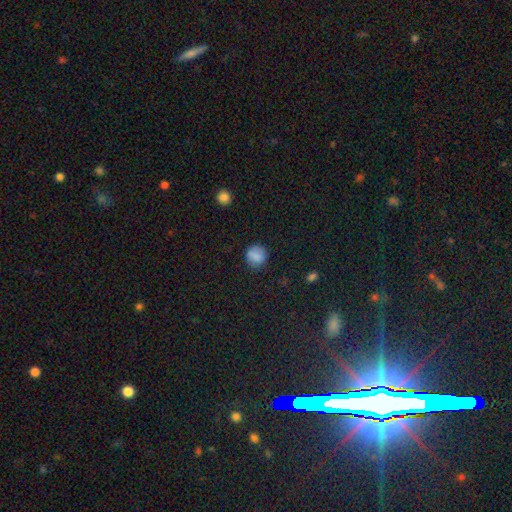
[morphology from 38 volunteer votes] Q: Smooth or featured?
A: smooth (89%); runner-up: featured or disk (11%)
Q: How rounded?
A: round (85%); runner-up: in between (15%)
Q: Merging?
A: none (74%); runner-up: minor disturbance (16%)